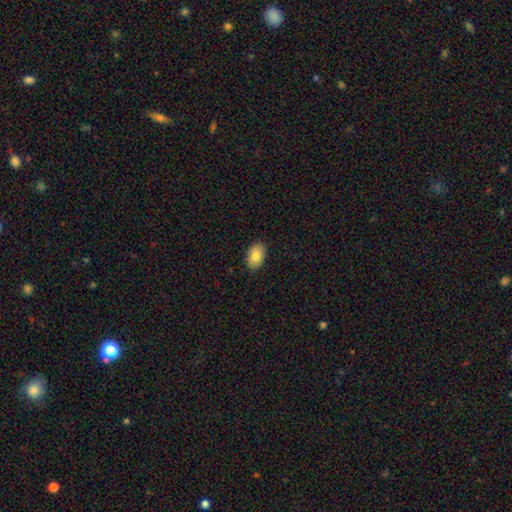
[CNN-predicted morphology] A smooth galaxy with no disk features (83%) that is in between round and cigar-shaped (89%). Merging: none (88%).